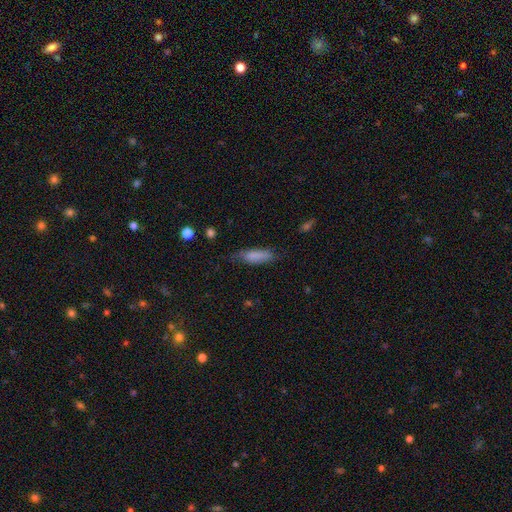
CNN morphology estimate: The model was most divided on "how rounded" (2-way tie): in between: 49%, cigar-shaped: 49%, round: 2%. More confident: smooth or featured — smooth (82%); merging — none (65%).